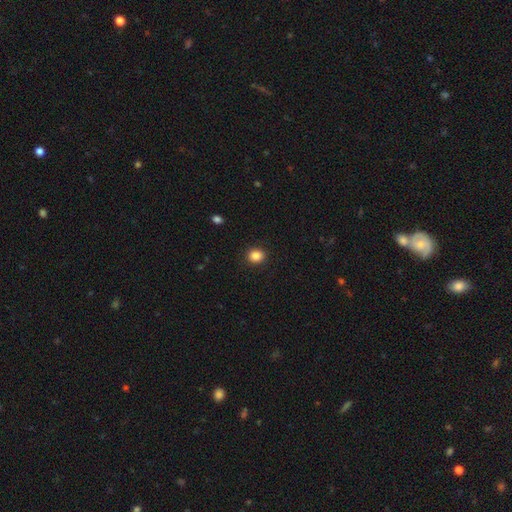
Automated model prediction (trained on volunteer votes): Smooth or featured? Predicted: smooth (p=0.86). How rounded? Predicted: round (p=0.76). Merging? Predicted: none (p=0.91).